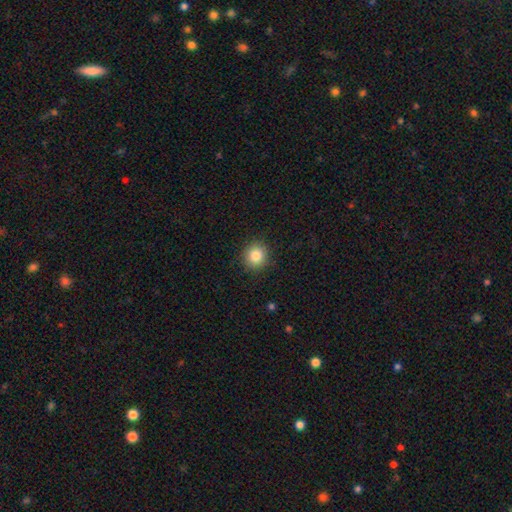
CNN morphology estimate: smooth_or_featured: smooth (p=0.84) [alt: star or artifact p=0.10]
how_rounded: round (p=0.90) [alt: in between p=0.09]
merging: none (p=0.91) [alt: minor disturbance p=0.06]